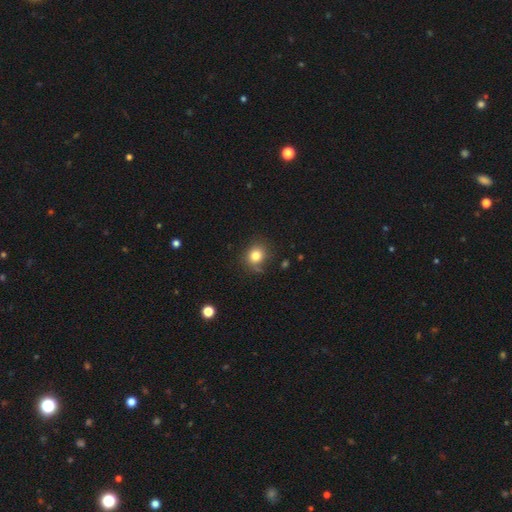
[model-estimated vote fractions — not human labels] This appears to be a smooth galaxy with no disk features (80%) that is round (77%). Merging: none (73%).